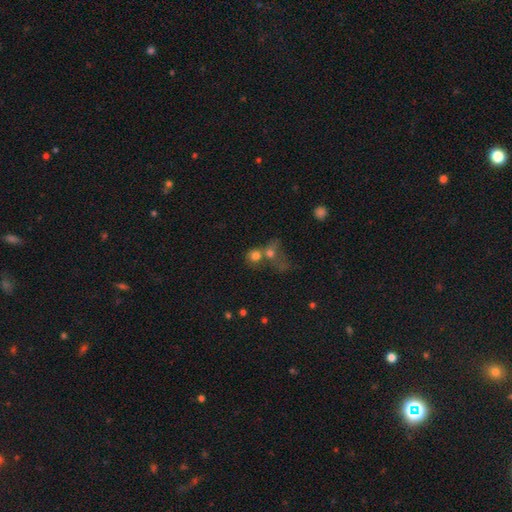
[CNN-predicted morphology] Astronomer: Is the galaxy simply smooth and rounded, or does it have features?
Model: smooth — 73%.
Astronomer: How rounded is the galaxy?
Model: round — 80%.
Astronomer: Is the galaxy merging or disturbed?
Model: merger — 56%.